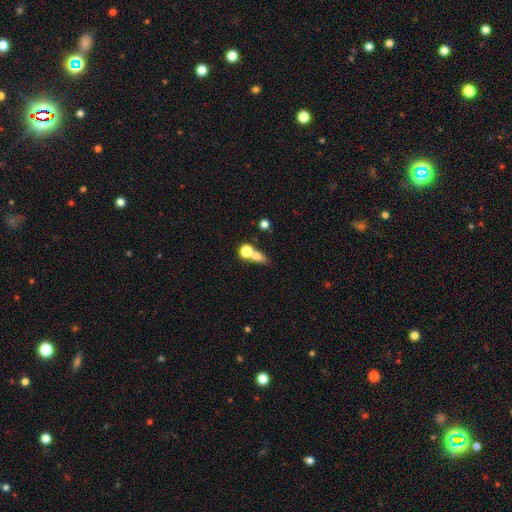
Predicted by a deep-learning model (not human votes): The model was most divided on "how rounded": round: 49%, in between: 43%, cigar-shaped: 8%. Remaining: smooth or featured — smooth (69%); merging — merger (46%).